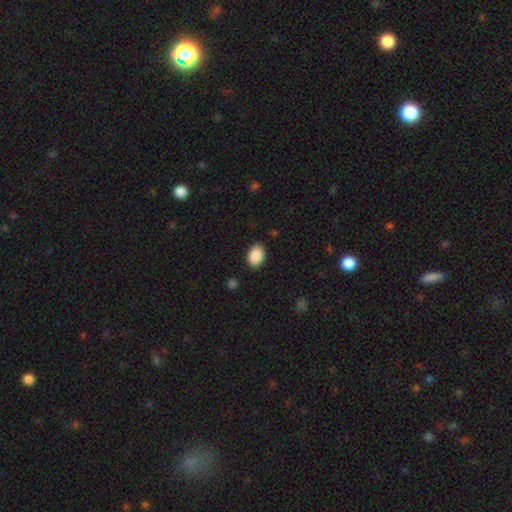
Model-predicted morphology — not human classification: The model was most divided on "how rounded": in between: 81%, round: 18%, cigar-shaped: 1%. More confident: smooth or featured — smooth (90%); merging — none (88%).